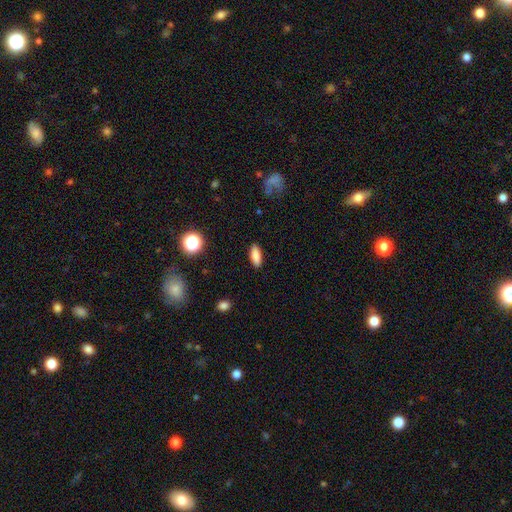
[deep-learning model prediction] Smooth or featured: smooth — 84% (star or artifact — 8%)
How rounded: in between — 69% (cigar-shaped — 28%)
Merging: none — 89% (minor disturbance — 8%)